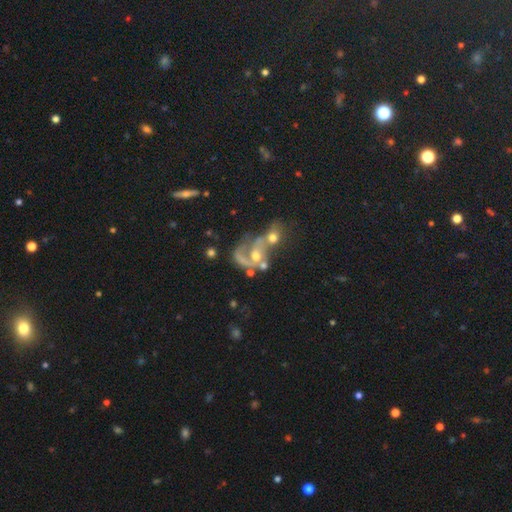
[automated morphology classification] A featured or disk galaxy (64%) with no bar (70%), spiral arms (63%) and a moderate central bulge (48%).

Vote fractions:
- Smooth or featured? featured or disk: 64% / smooth: 21% / star or artifact: 15%
- Edge-on disk? no: 96% / yes: 4%
- Bar? no: 70% / weak: 23% / strong: 7%
- Spiral arms? yes: 63% / no: 37%
- Bulge size? moderate: 48% / small: 30% / none: 11% / large: 8% / dominant: 2%
- Merging? merger: 60% / major disturbance: 17% / none: 15% / minor disturbance: 8%